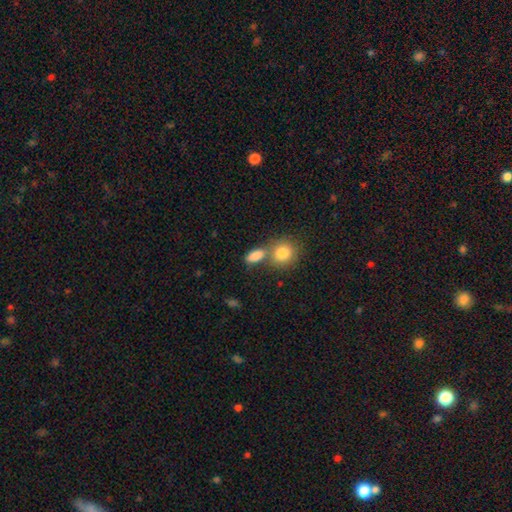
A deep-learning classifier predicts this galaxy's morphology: A smooth galaxy with no disk features (85%) that is in between round and cigar-shaped (78%).

Vote fractions:
- Smooth or featured? smooth: 85% / star or artifact: 8% / featured or disk: 6%
- How rounded? in between: 78% / round: 16% / cigar-shaped: 6%
- Merging? none: 47% / merger: 37% / minor disturbance: 11% / major disturbance: 5%